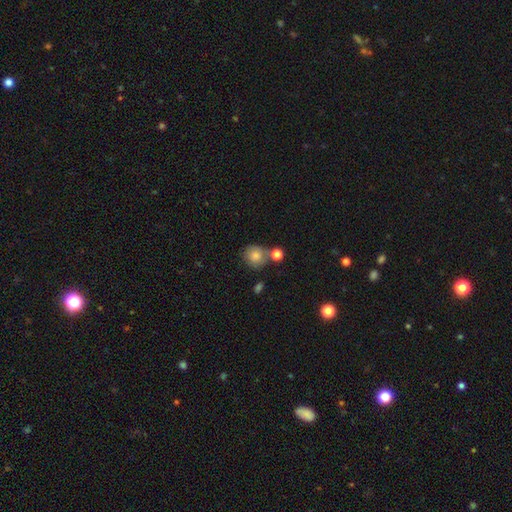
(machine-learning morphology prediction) smooth 81%, featured or disk 10%, star or artifact 9%. Down the decision tree: how rounded — round (85%); merging — none (59%).